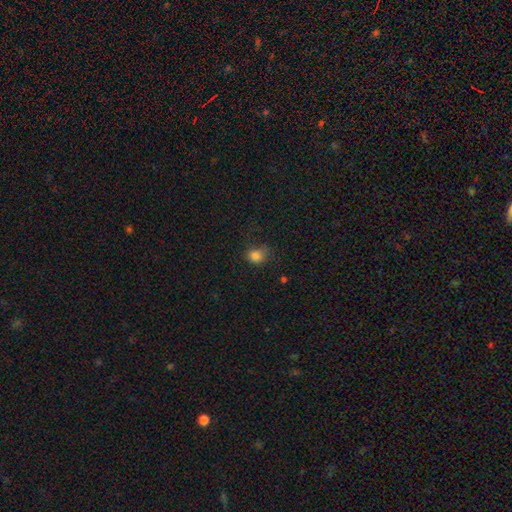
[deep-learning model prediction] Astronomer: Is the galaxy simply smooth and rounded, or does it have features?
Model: smooth — 82%.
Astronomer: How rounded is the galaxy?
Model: round — 71%.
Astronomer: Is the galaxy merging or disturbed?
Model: none — 60%.